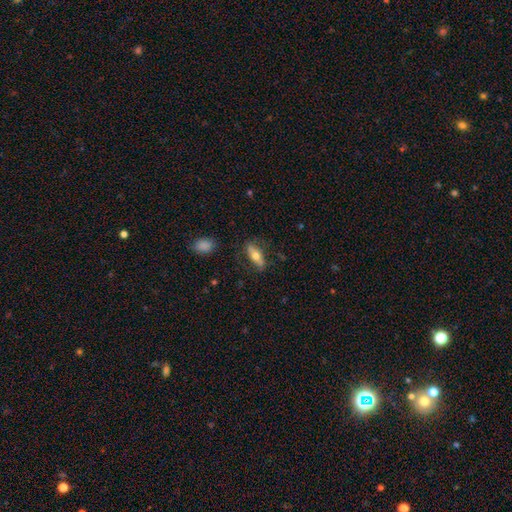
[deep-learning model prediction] Smooth or featured? smooth (57%)
How rounded? in between (65%)
Merging? none (77%)